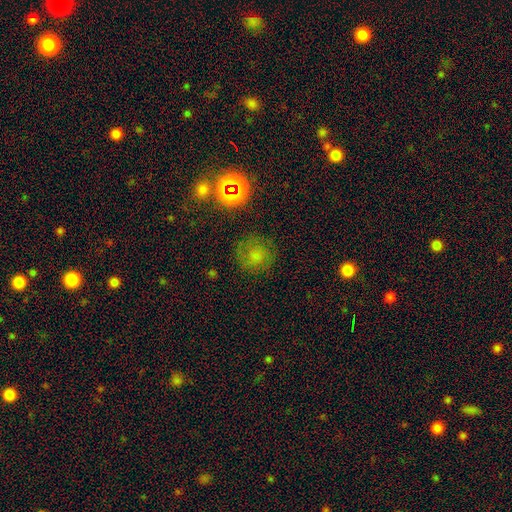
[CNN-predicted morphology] Q: Smooth or featured?
A: smooth (54%); runner-up: star or artifact (29%)
Q: How rounded?
A: round (89%); runner-up: in between (10%)
Q: Merging?
A: none (78%); runner-up: minor disturbance (13%)